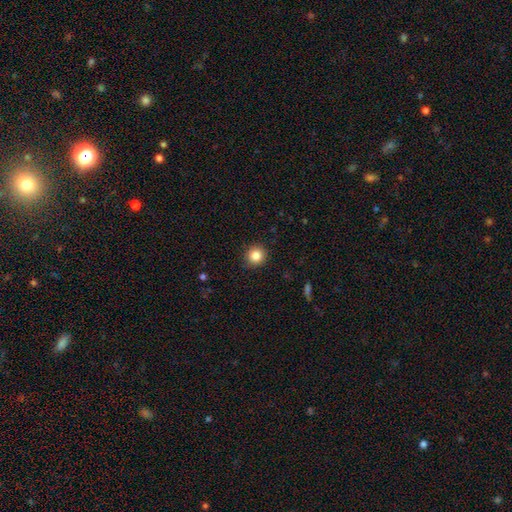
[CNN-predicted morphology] The model was most divided on "smooth or featured": smooth: 85%, star or artifact: 10%, featured or disk: 5%. More confident: how rounded — round (92%); merging — none (91%).